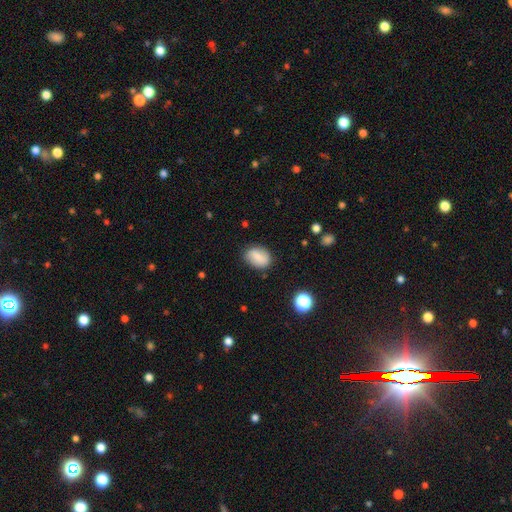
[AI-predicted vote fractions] Morphology: type=smooth (69%); roundness=in between (73%); merging=none (81%).